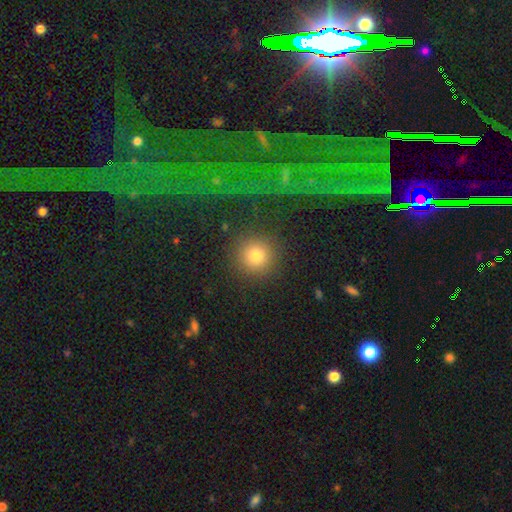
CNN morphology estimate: A smooth galaxy with no disk features (78%) that is round (93%). Merging: none (86%).